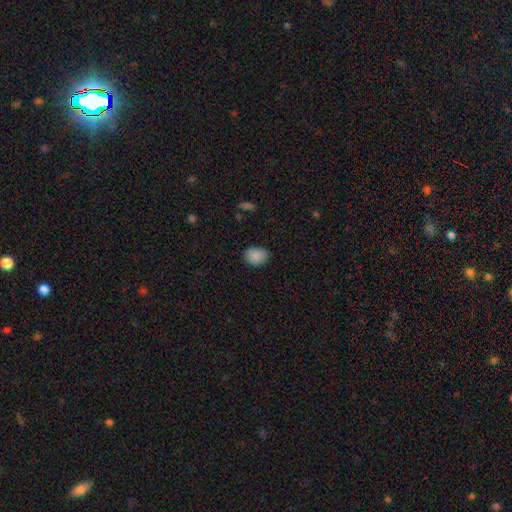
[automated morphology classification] smooth-or-featured: smooth: 87% | star or artifact: 8% | featured or disk: 5%
  how-rounded: in between: 65% | round: 34% | cigar-shaped: 1%
  merging: none: 86% | minor disturbance: 11% | major disturbance: 2% | merger: 1%